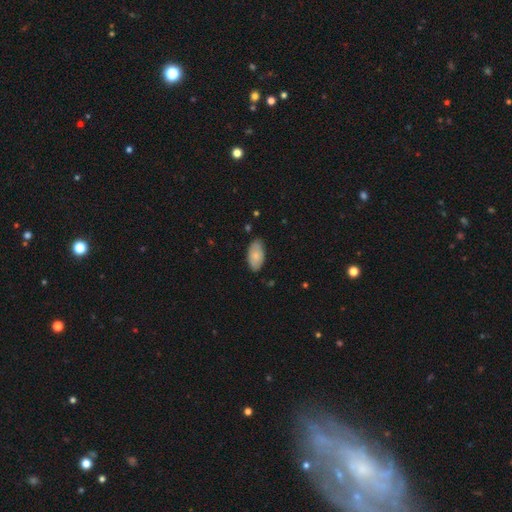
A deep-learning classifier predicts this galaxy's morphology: Smooth or featured: smooth — 77% (featured or disk — 17%)
How rounded: in between — 95% (round — 3%)
Merging: none — 78% (minor disturbance — 18%)